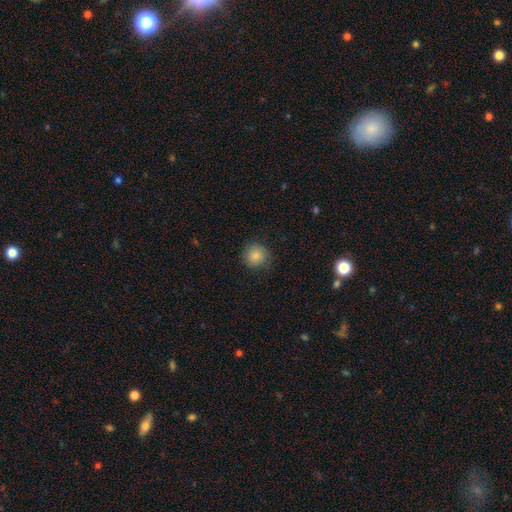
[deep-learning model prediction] Smooth or featured?
  - smooth: 84% *
  - star or artifact: 8%
  - featured or disk: 8%
How rounded?
  - round: 91% *
  - in between: 8%
  - cigar-shaped: 1%
Merging?
  - none: 80% *
  - minor disturbance: 15%
  - major disturbance: 4%
  - merger: 1%